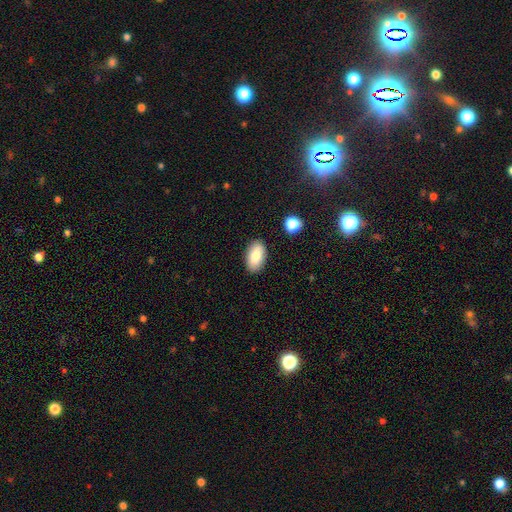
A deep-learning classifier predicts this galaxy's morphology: Overall: smooth (81%). How rounded: in between (94%). Merging: none (87%).